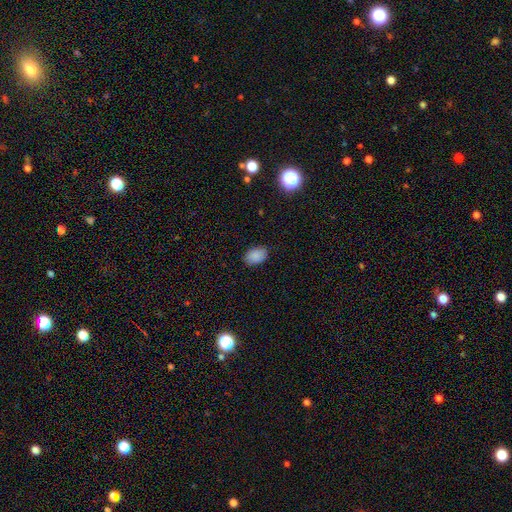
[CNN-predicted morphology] smooth-or-featured: smooth: 88% | star or artifact: 9% | featured or disk: 3%
  how-rounded: in between: 85% | round: 14% | cigar-shaped: 1%
  merging: none: 86% | minor disturbance: 10% | major disturbance: 2% | merger: 1%